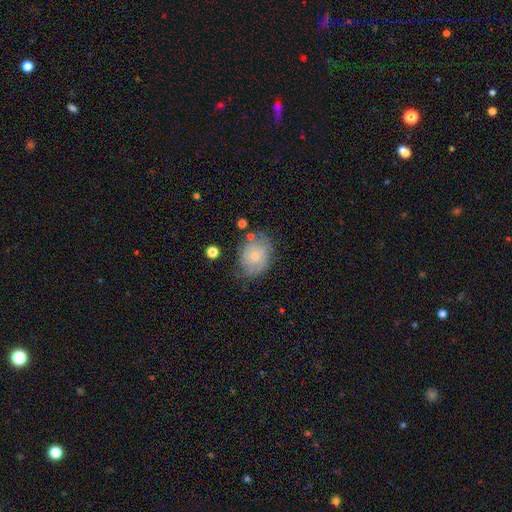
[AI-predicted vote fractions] The model was most divided on "smooth or featured": smooth: 47%, featured or disk: 45%, star or artifact: 8%. More confident: merging — none (61%).